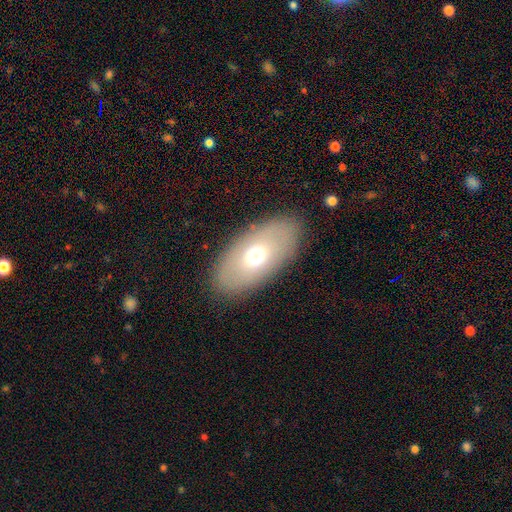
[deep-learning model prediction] Morphology: type=smooth (61%); roundness=in between (91%); merging=none (86%).